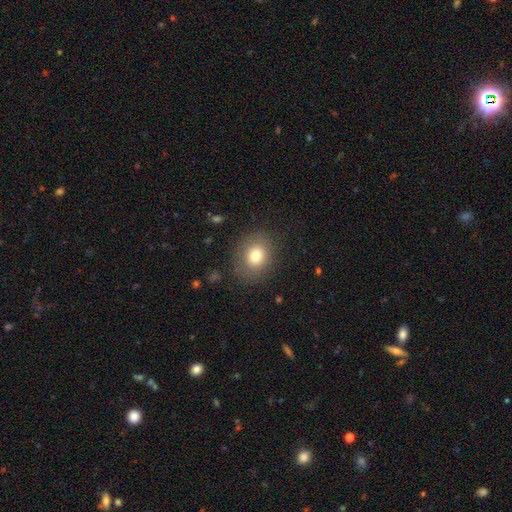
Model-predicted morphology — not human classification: A smooth galaxy with no disk features (77%) that is round (63%). Merging: none (83%).